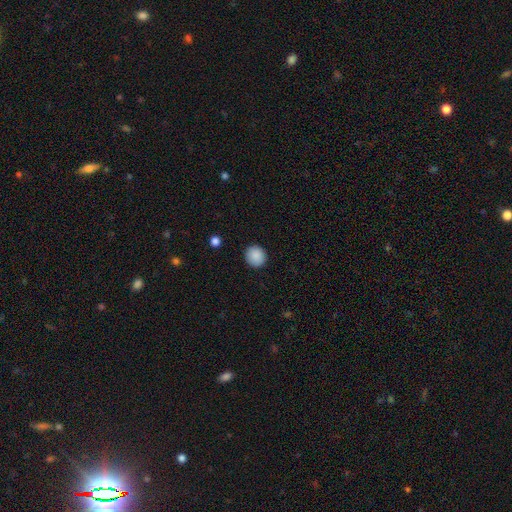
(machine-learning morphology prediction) A smooth galaxy with no disk features (89%) that is round (89%). Merging: none (91%).